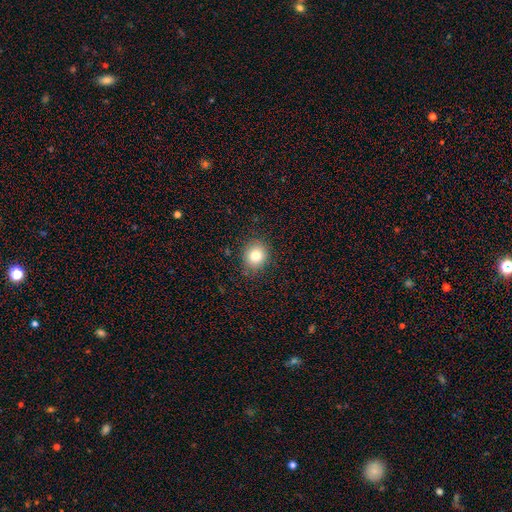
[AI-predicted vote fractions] Morphology: type=smooth (80%); roundness=round (79%); merging=none (87%).